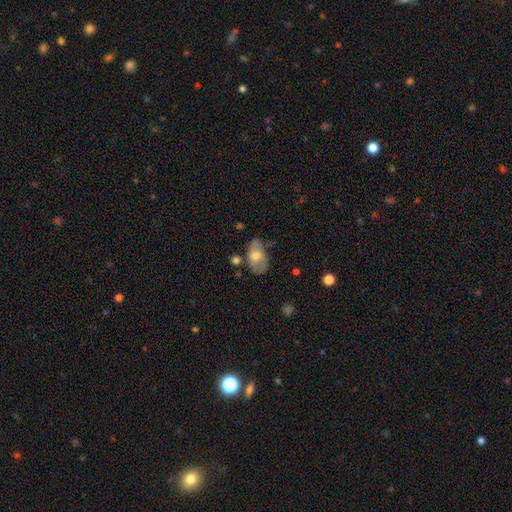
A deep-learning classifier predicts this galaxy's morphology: smooth 61%, featured or disk 32%, star or artifact 7%. Down the decision tree: how rounded — in between (88%); merging — none (49%).